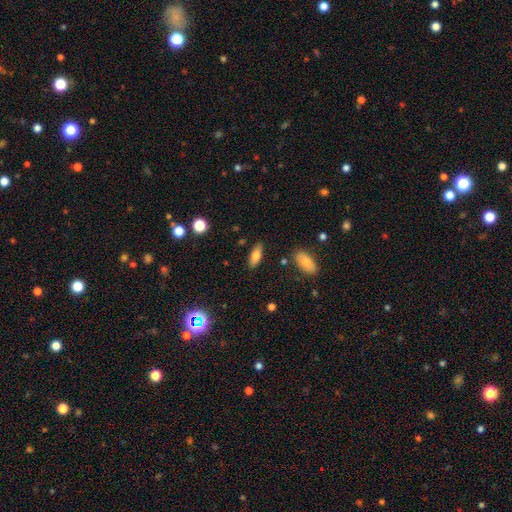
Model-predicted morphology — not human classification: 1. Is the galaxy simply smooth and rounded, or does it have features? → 78% smooth, 14% featured or disk, 8% star or artifact.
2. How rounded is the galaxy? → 77% in between, 20% cigar-shaped, 3% round.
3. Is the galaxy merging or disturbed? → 85% none, 11% minor disturbance, 2% major disturbance, 2% merger.